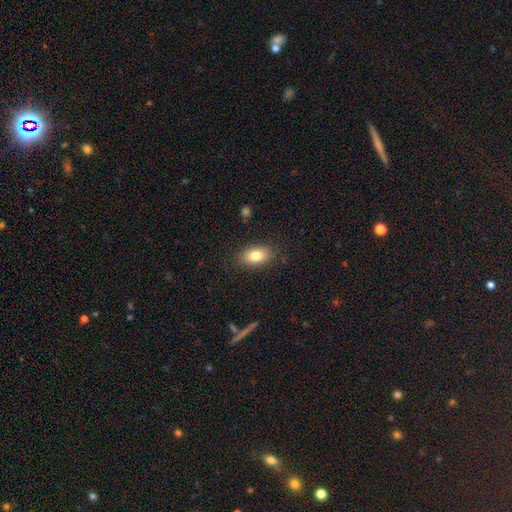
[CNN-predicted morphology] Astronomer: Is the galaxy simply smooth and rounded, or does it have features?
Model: smooth — 81%.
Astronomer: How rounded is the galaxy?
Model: in between — 88%.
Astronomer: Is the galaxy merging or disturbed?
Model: none — 85%.